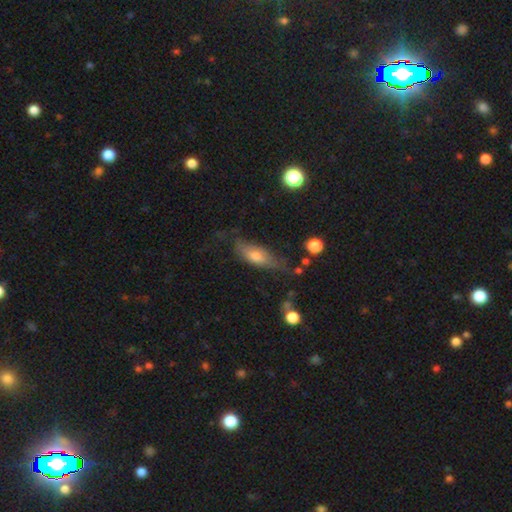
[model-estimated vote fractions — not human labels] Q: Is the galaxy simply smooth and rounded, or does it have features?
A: smooth — 58%.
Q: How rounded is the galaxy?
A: in between — 62%.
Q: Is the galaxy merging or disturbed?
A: none — 53%.